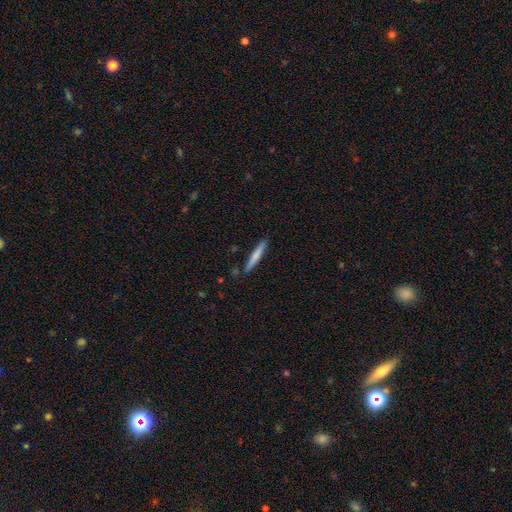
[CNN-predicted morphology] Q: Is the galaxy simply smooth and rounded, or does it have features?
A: smooth — 70%.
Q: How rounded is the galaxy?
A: cigar-shaped — 95%.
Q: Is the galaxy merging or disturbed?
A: none — 88%.